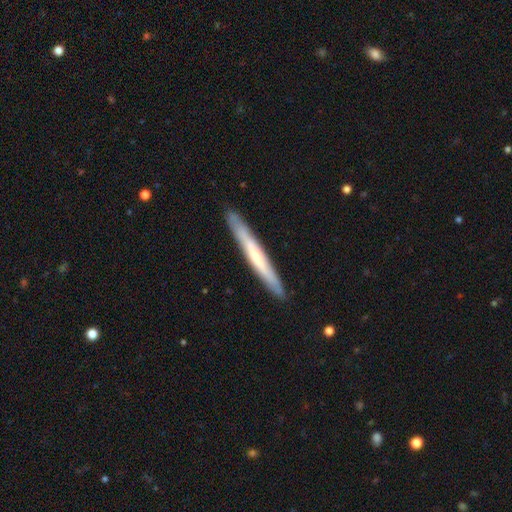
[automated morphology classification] Smooth or featured? featured or disk (53%)
Edge-on disk? yes (93%)
Merging? none (90%)